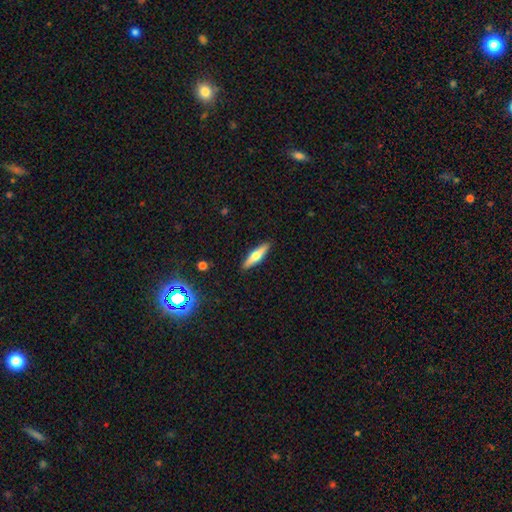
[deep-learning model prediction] Smooth or featured: featured or disk — 49% (smooth — 45%)
Merging: none — 91% (minor disturbance — 7%)